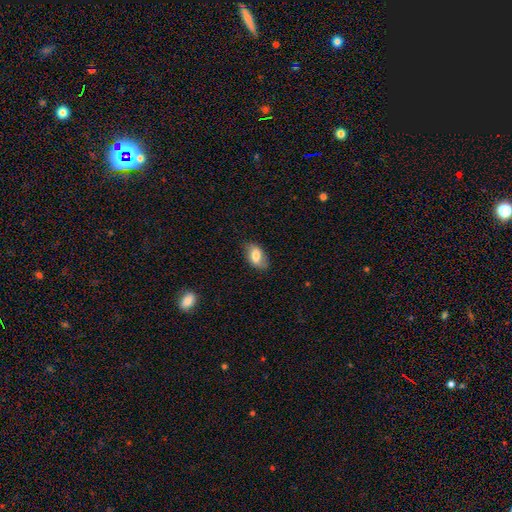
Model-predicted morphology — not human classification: Smooth or featured? Predicted: smooth (p=0.69). How rounded? Predicted: in between (p=0.90). Merging? Predicted: none (p=0.77).